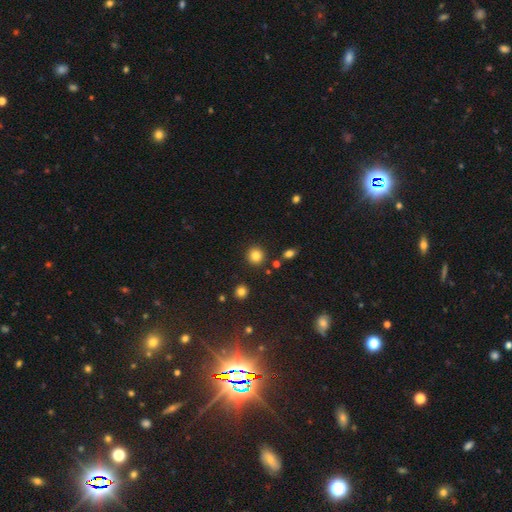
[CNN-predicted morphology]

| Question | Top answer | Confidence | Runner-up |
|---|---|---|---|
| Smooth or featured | smooth | 84% | star or artifact (11%) |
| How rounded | round | 93% | in between (6%) |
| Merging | none | 89% | minor disturbance (6%) |